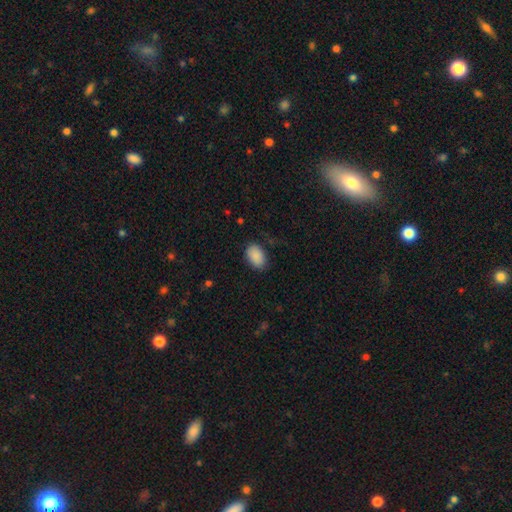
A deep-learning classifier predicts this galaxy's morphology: smooth 90%, star or artifact 7%, featured or disk 3%. Down the decision tree: how rounded — in between (89%); merging — none (82%).